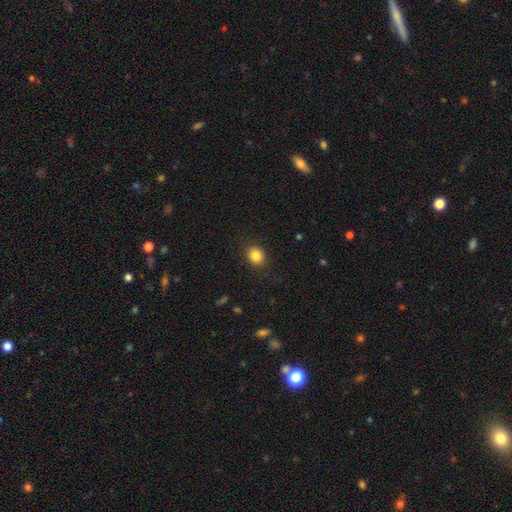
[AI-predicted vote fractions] Smooth or featured?
  - smooth: 85% *
  - star or artifact: 10%
  - featured or disk: 5%
How rounded?
  - round: 70% *
  - in between: 30%
  - cigar-shaped: 1%
Merging?
  - none: 88% *
  - minor disturbance: 8%
  - major disturbance: 3%
  - merger: 1%